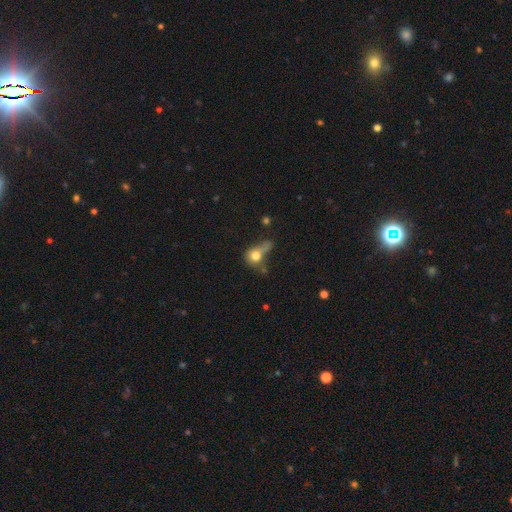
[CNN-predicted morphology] A smooth galaxy with no disk features (71%) that is round (56%). Merging: major disturbance (35%).